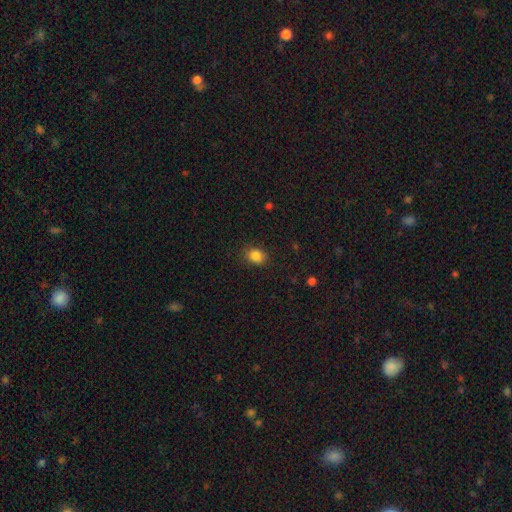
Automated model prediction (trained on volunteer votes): Smooth or featured? Predicted: smooth (p=0.85). How rounded? Predicted: in between (p=0.54). Merging? Predicted: none (p=0.85).